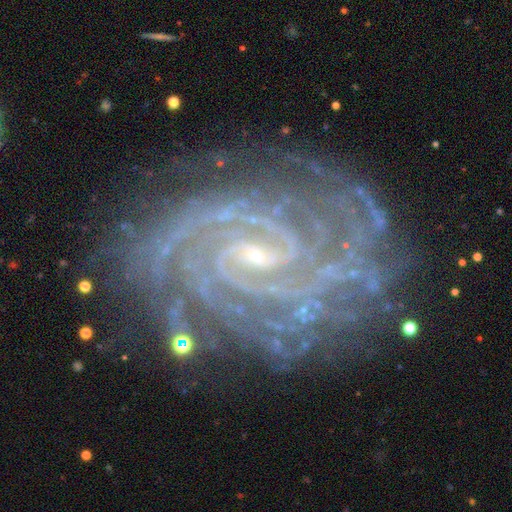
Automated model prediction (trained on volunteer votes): A featured or disk galaxy (88%) with a weak bar (45%), tight (69%) spiral arms (97%) and a small central bulge (79%).

Vote fractions:
- Smooth or featured? featured or disk: 88% / star or artifact: 8% / smooth: 4%
- Edge-on disk? no: 97% / yes: 3%
- Bar? weak: 45% / no: 38% / strong: 17%
- Spiral arms? yes: 97% / no: 3%
- Spiral winding? tight: 69% / medium: 26% / loose: 6%
- Spiral arm count? can't tell: 26% / 2: 24% / 3: 15% / 4: 14% / more than 4: 12% / 1: 9%
- Bulge size? small: 79% / moderate: 14% / none: 5% / large: 1% / dominant: 1%
- Merging? none: 78% / minor disturbance: 14% / major disturbance: 6% / merger: 2%